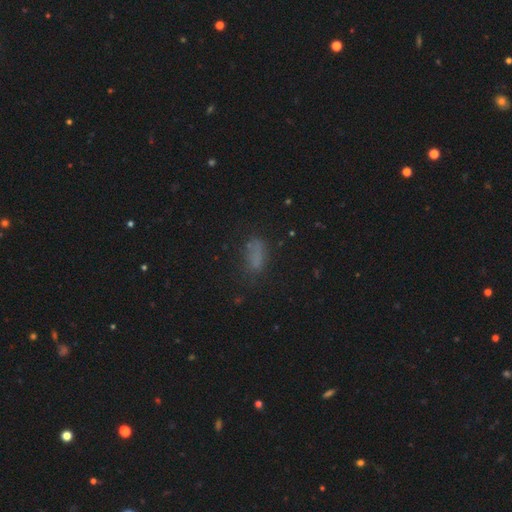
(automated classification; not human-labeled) The model was most divided on "merging": none: 57%, minor disturbance: 24%, major disturbance: 15%, merger: 4%. More confident: how rounded — in between (79%); smooth or featured — smooth (70%).